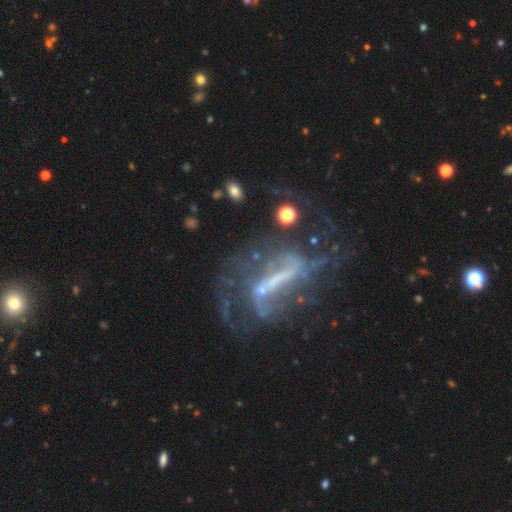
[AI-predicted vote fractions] smooth-or-featured: featured or disk: 76% | star or artifact: 14% | smooth: 10%
  disk-edge-on: no: 83% | yes: 17%
    bar: strong: 64% | weak: 22% | no: 14%
    has-spiral-arms: yes: 72% | no: 28%
    bulge-size: none: 49% | small: 30% | moderate: 16% | large: 4% | dominant: 2%
  merging: none: 44% | major disturbance: 31% | minor disturbance: 18% | merger: 7%